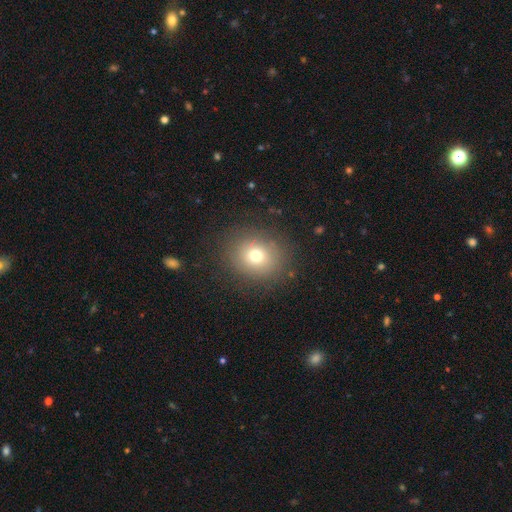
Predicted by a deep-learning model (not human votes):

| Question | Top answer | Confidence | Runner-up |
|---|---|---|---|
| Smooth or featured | smooth | 73% | star or artifact (16%) |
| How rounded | round | 76% | in between (24%) |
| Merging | none | 85% | minor disturbance (9%) |